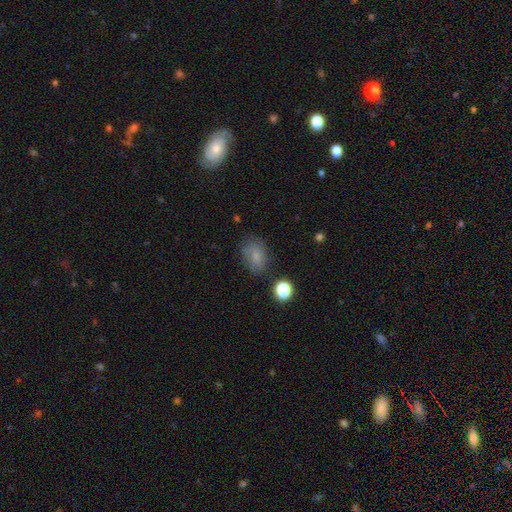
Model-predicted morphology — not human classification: Q: Smooth or featured?
A: smooth (74%); runner-up: featured or disk (13%)
Q: How rounded?
A: in between (75%); runner-up: round (23%)
Q: Merging?
A: none (70%); runner-up: minor disturbance (20%)